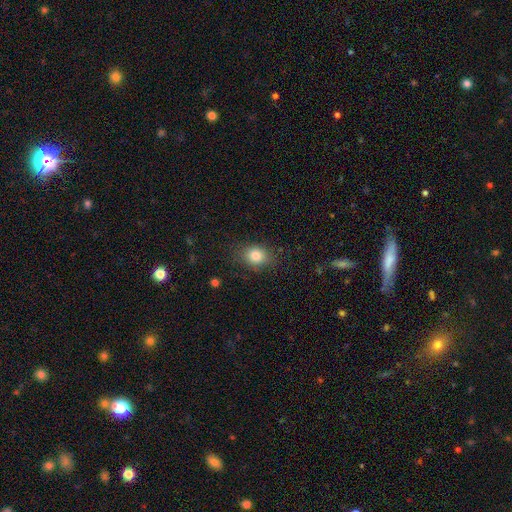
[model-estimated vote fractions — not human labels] Smooth or featured?
  - smooth: 83% *
  - star or artifact: 10%
  - featured or disk: 7%
How rounded?
  - round: 52% *
  - in between: 47%
  - cigar-shaped: 1%
Merging?
  - none: 80% *
  - minor disturbance: 14%
  - major disturbance: 5%
  - merger: 1%